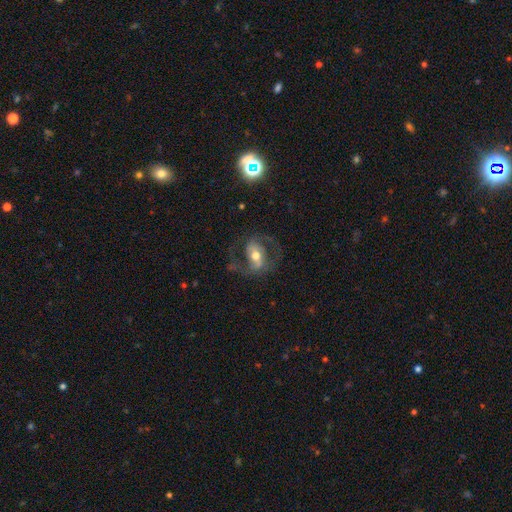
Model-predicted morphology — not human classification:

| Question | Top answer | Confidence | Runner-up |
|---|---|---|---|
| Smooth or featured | featured or disk | 73% | smooth (20%) |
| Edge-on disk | no | 95% | yes (5%) |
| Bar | strong | 36% | tied: weak (36%) |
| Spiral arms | yes | 81% | no (19%) |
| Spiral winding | medium | 53% | loose (31%) |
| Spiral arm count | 2 | 86% | can't tell (6%) |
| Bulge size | moderate | 70% | small (16%) |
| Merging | none | 62% | major disturbance (20%) |